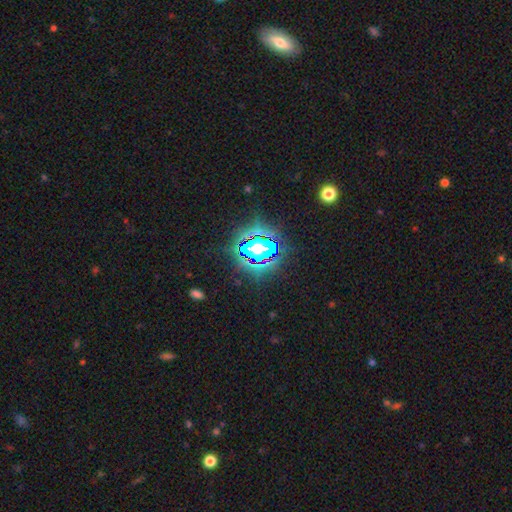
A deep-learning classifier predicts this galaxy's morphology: Smooth or featured: star or artifact — 71% (smooth — 17%)